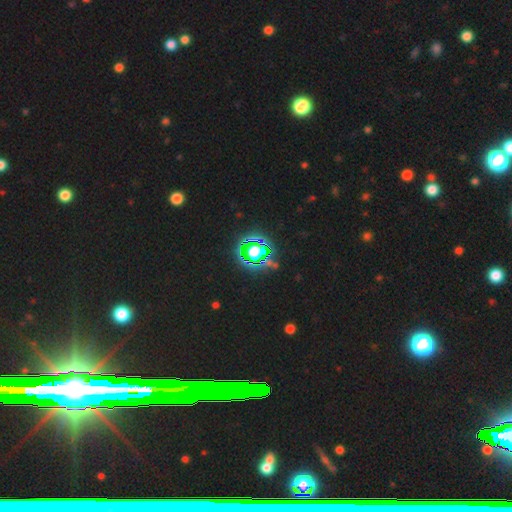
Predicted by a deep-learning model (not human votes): Morphology: type=star or artifact (64%).